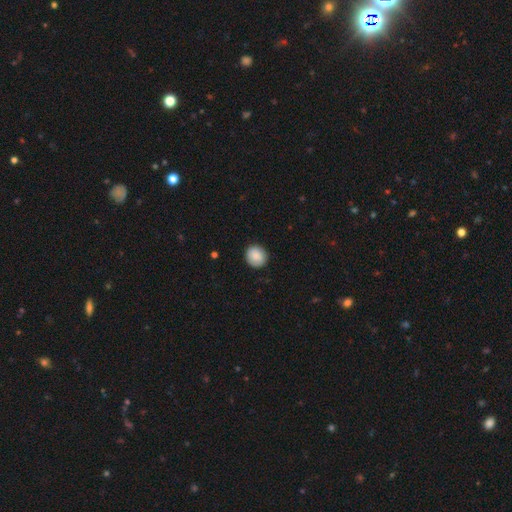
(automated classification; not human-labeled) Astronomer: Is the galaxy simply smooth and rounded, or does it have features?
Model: smooth — 88%.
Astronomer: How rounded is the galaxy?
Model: round — 84%.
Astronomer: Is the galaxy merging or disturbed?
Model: none — 89%.